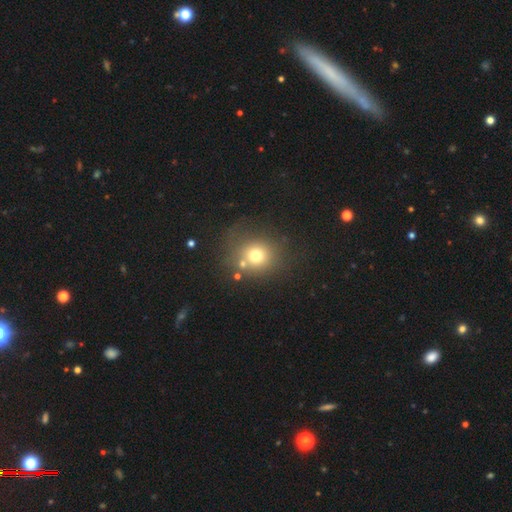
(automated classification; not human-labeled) smooth_or_featured: smooth (p=0.70) [alt: star or artifact p=0.16]
how_rounded: round (p=0.83) [alt: in between p=0.16]
merging: none (p=0.65) [alt: minor disturbance p=0.14]